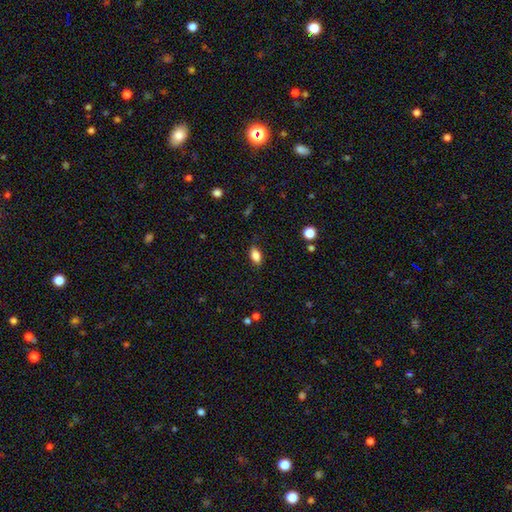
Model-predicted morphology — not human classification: smooth 84%, star or artifact 9%, featured or disk 8%. Down the decision tree: how rounded — in between (87%); merging — none (82%).